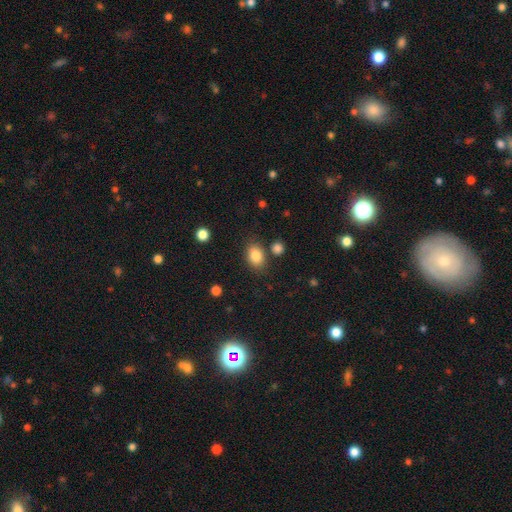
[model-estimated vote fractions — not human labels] This is clearly a smooth galaxy (85%). How rounded: likely in between (75%). Merging: likely none (77%).